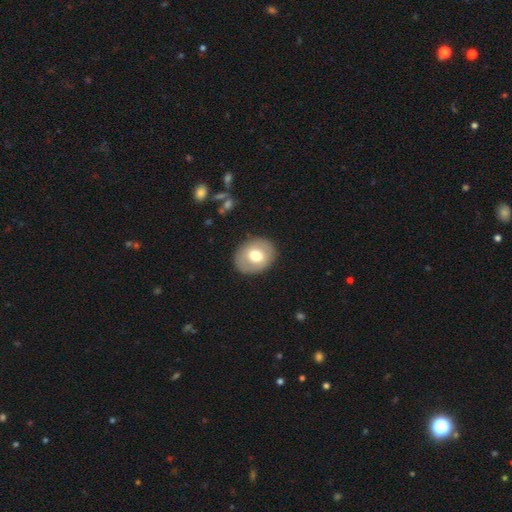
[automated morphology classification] The model was most divided on "how rounded": round: 55%, in between: 44%, cigar-shaped: 1%. More confident: merging — none (87%); smooth or featured — smooth (67%).